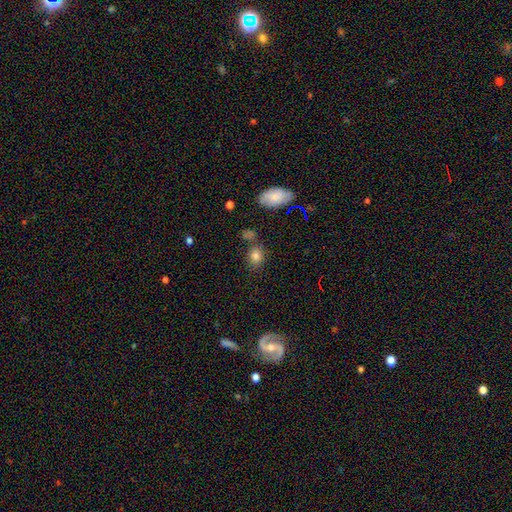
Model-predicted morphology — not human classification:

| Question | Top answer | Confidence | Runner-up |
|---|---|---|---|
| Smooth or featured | smooth | 82% | star or artifact (11%) |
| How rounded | in between | 49% | tied: round (49%) |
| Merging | none | 75% | minor disturbance (13%) |